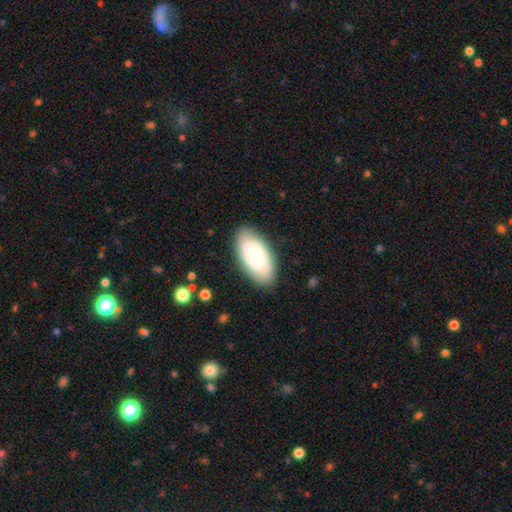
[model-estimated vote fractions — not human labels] smooth-or-featured: smooth: 52% | featured or disk: 41% | star or artifact: 6%
  how-rounded: in between: 92% | cigar-shaped: 4% | round: 4%
  merging: none: 81% | minor disturbance: 14% | major disturbance: 4% | merger: 1%